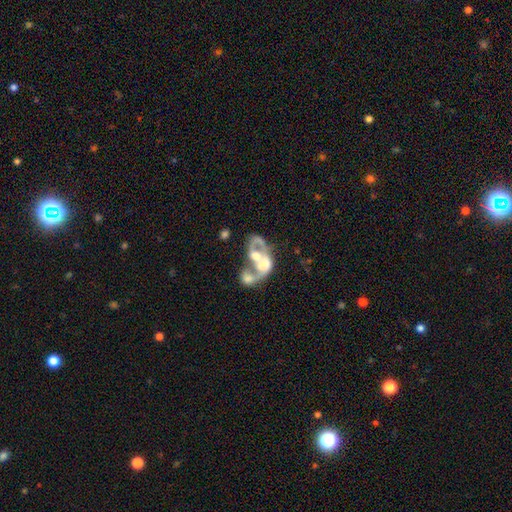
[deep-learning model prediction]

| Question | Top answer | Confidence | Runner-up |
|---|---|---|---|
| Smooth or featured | featured or disk | 68% | smooth (23%) |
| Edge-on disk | no | 97% | yes (3%) |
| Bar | no | 76% | weak (17%) |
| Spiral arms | no | 60% | yes (40%) |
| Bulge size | moderate | 33% | large (28%) |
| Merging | merger | 64% | major disturbance (19%) |